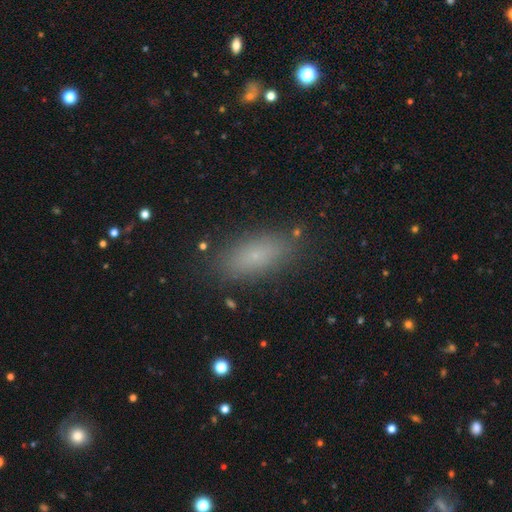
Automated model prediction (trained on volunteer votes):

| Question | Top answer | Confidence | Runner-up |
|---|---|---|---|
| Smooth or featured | smooth | 75% | star or artifact (14%) |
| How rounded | in between | 79% | cigar-shaped (17%) |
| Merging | none | 85% | minor disturbance (10%) |